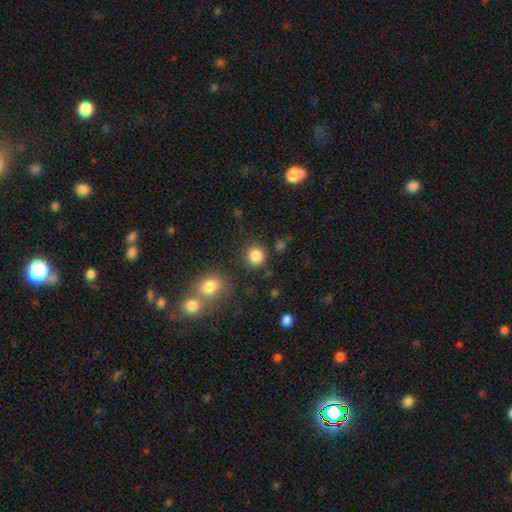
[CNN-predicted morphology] This appears to be a smooth galaxy with no disk features (85%) that is round (90%). Merging: none (84%).